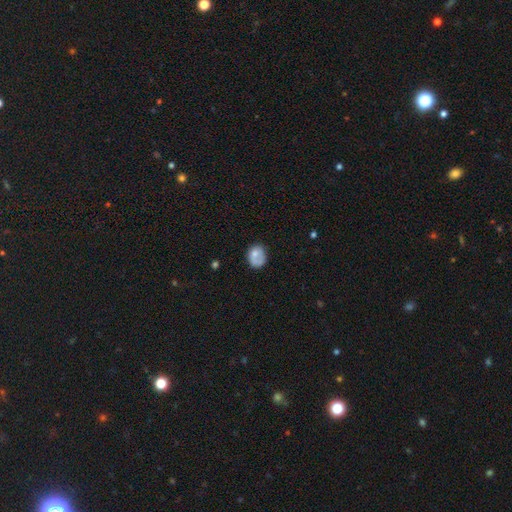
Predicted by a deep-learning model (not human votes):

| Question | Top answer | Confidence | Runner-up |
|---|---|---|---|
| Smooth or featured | smooth | 68% | featured or disk (24%) |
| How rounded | in between | 51% | round (48%) |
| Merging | none | 49% | minor disturbance (27%) |